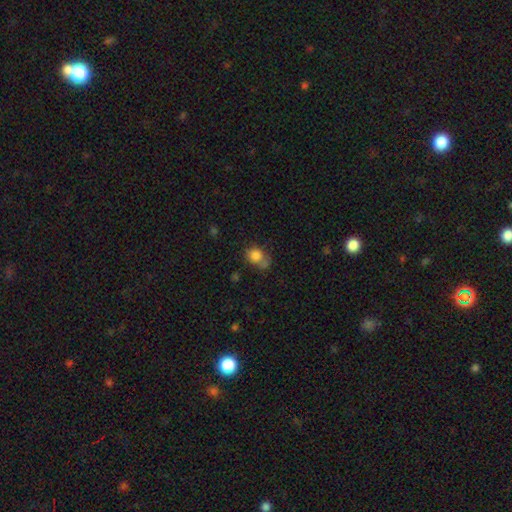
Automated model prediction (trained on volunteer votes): This is clearly a smooth galaxy (81%). How rounded: likely round (61%). Merging: marginally none (45%).